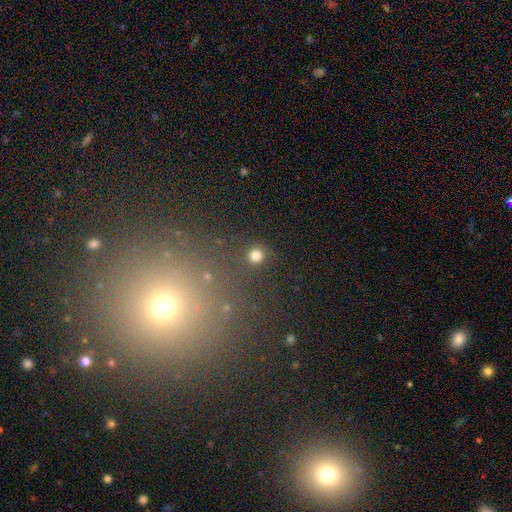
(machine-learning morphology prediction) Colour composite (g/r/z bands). It shows a smooth galaxy with no disk features (80%) that is round (94%). Merging: none (87%).